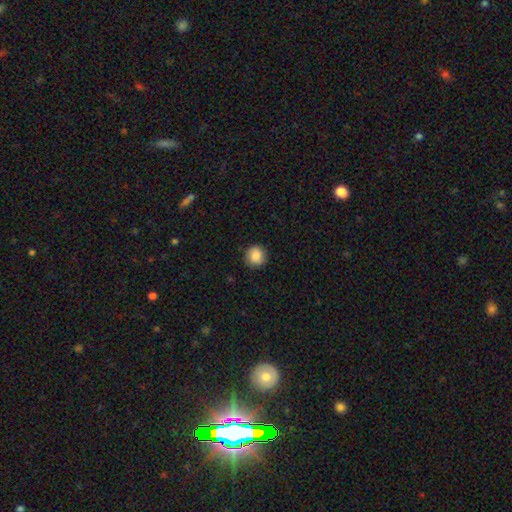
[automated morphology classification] This appears to be a smooth galaxy with no disk features (87%) that is round (91%). Merging: none (86%).